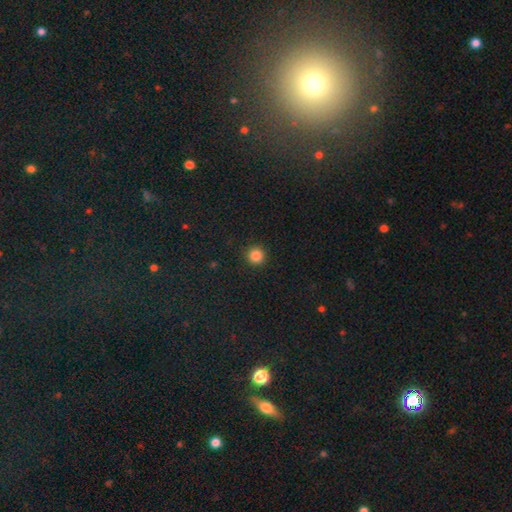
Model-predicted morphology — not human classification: Smooth or featured?
  - smooth: 85% *
  - star or artifact: 11%
  - featured or disk: 4%
How rounded?
  - round: 94% *
  - in between: 5%
  - cigar-shaped: 1%
Merging?
  - none: 92% *
  - minor disturbance: 5%
  - major disturbance: 2%
  - merger: 1%